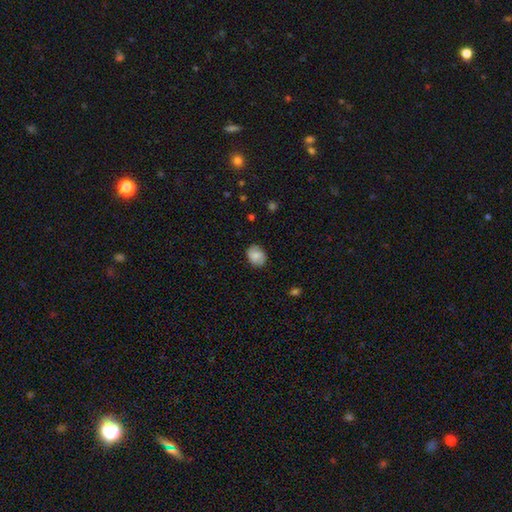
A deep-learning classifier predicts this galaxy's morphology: Smooth or featured? Predicted: smooth (p=0.73). How rounded? Predicted: in between (p=0.56). Merging? Predicted: none (p=0.80).